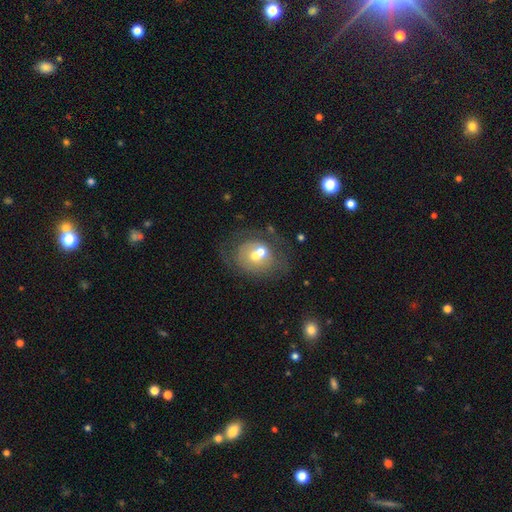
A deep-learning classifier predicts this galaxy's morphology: Smooth or featured?
  - featured or disk: 50% *
  - smooth: 41%
  - star or artifact: 9%
Merging?
  - merger: 42% *
  - none: 34%
  - minor disturbance: 13%
  - major disturbance: 12%